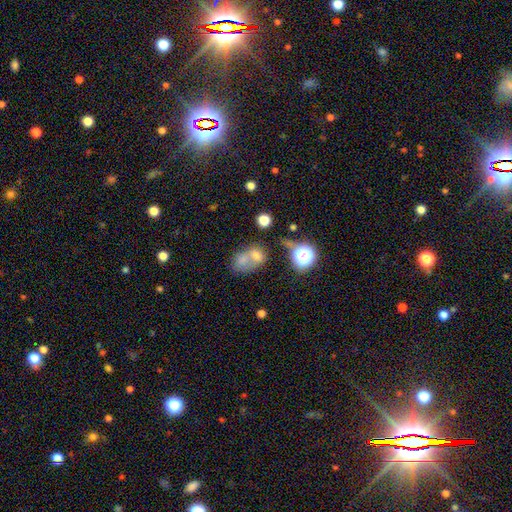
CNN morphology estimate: A smooth galaxy with no disk features (62%) that is in between round and cigar-shaped (55%).

Vote fractions:
- Smooth or featured? smooth: 62% / featured or disk: 21% / star or artifact: 17%
- How rounded? in between: 55% / round: 43% / cigar-shaped: 2%
- Merging? merger: 61% / none: 23% / minor disturbance: 9% / major disturbance: 8%